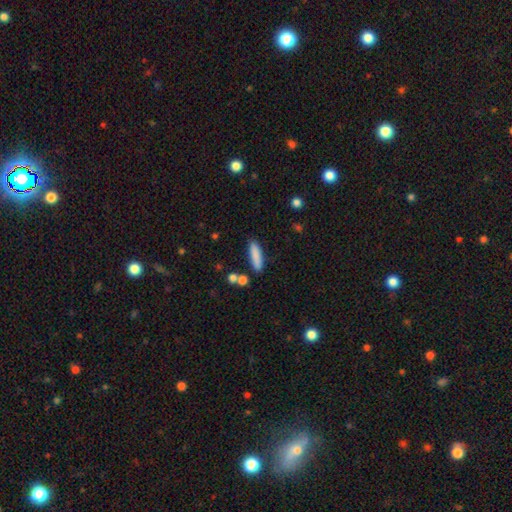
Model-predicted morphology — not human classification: This appears to be a smooth galaxy with no disk features (84%) that is cigar-shaped (71%). Merging: none (81%).